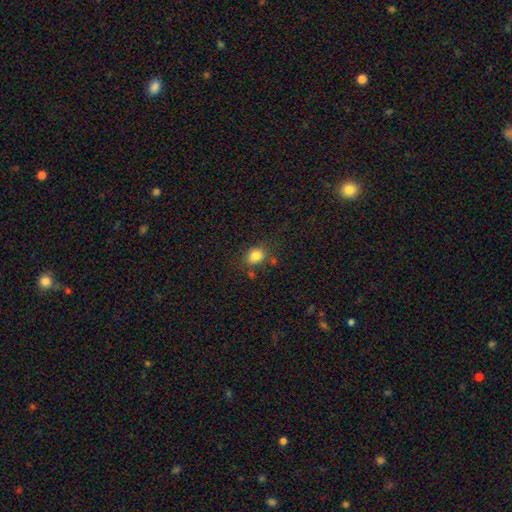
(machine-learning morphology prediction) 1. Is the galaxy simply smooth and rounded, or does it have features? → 83% smooth, 11% star or artifact, 6% featured or disk.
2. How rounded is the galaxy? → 52% in between, 47% round, 1% cigar-shaped.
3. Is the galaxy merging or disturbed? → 73% none, 16% minor disturbance, 6% merger, 5% major disturbance.